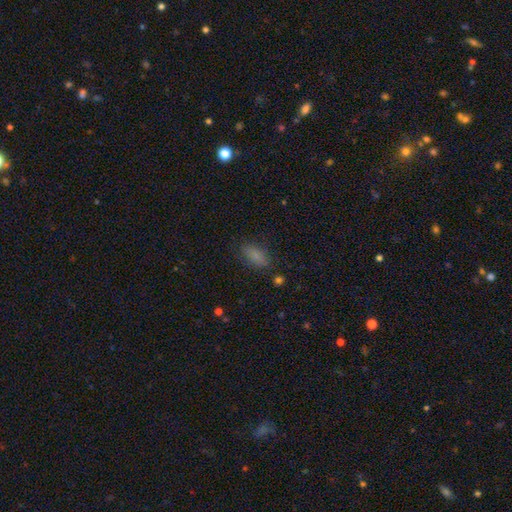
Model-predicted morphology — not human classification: The model was most divided on "merging": none: 79%, minor disturbance: 15%, major disturbance: 5%, merger: 2%. More confident: how rounded — in between (84%); smooth or featured — smooth (82%).